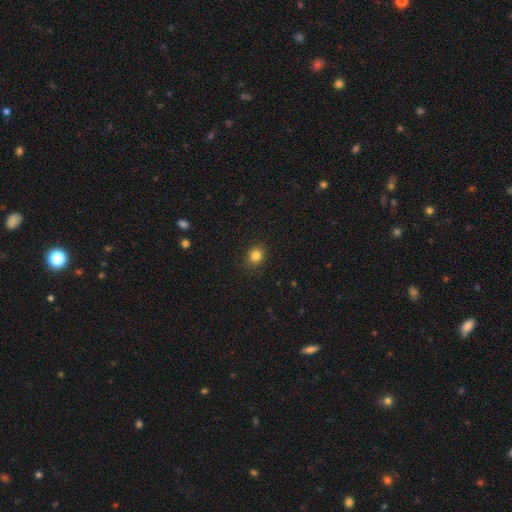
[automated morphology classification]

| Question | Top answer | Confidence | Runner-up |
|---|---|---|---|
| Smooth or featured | smooth | 83% | star or artifact (12%) |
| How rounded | round | 70% | in between (29%) |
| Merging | none | 90% | minor disturbance (7%) |